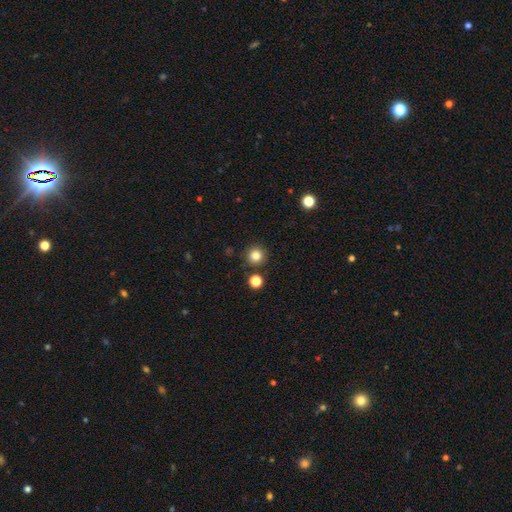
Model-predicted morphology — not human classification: Smooth or featured? smooth (83%)
How rounded? round (95%)
Merging? none (88%)